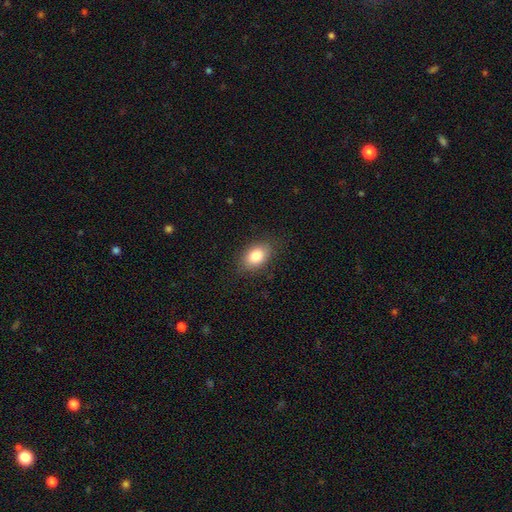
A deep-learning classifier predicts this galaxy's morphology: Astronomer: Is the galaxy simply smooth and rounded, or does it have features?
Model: smooth — 83%.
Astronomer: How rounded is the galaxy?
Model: in between — 83%.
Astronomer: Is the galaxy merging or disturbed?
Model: none — 84%.